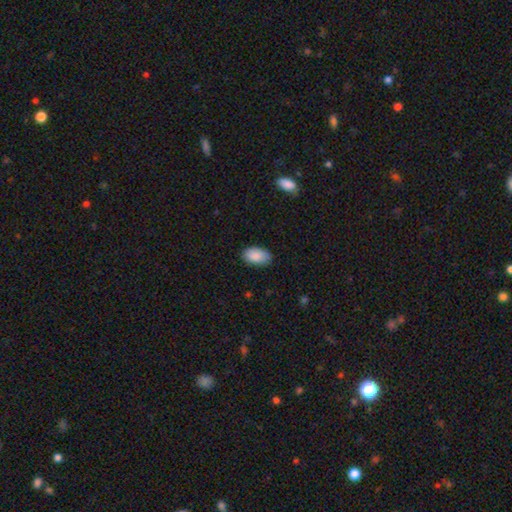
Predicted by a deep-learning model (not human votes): Smooth or featured? Predicted: smooth (p=0.89). How rounded? Predicted: in between (p=0.94). Merging? Predicted: none (p=0.83).